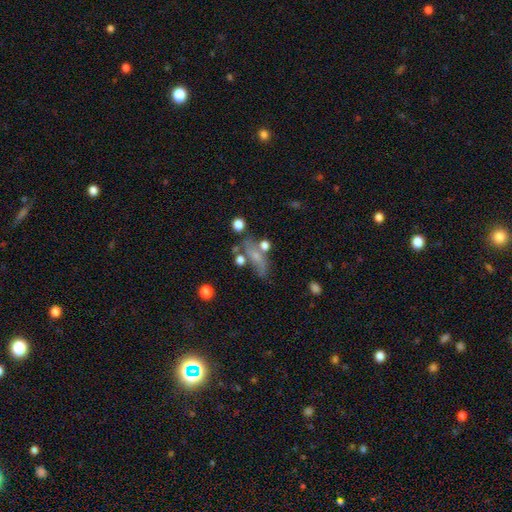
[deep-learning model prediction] The model was most divided on "smooth or featured": smooth: 50%, featured or disk: 35%, star or artifact: 15%. Remaining: how rounded — in between (53%); merging — none (43%).